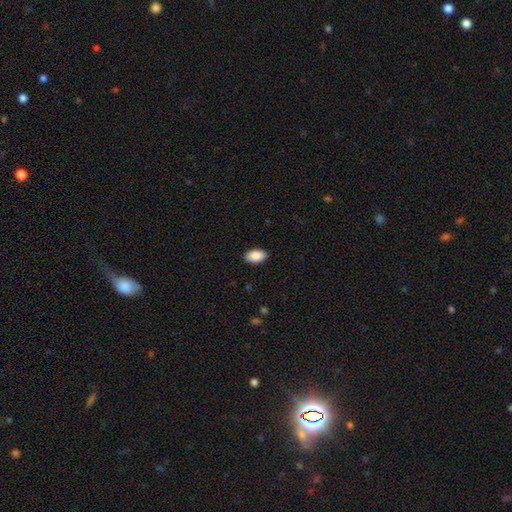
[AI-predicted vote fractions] Smooth or featured? smooth (90%)
How rounded? in between (95%)
Merging? none (89%)